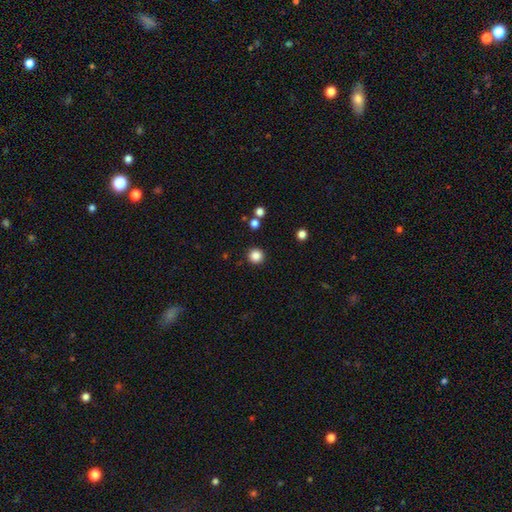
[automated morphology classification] Smooth or featured: smooth — 85% (star or artifact — 11%)
How rounded: round — 95% (in between — 4%)
Merging: none — 91% (minor disturbance — 5%)